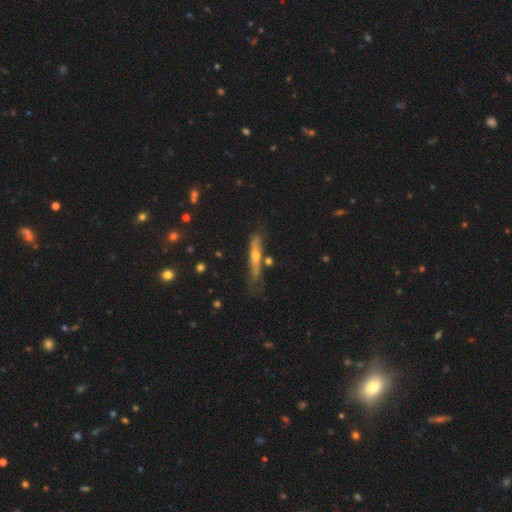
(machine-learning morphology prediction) This is possibly a featured or disk galaxy (54%). It is clearly viewed edge-on (86%). Merging: likely none (65%).